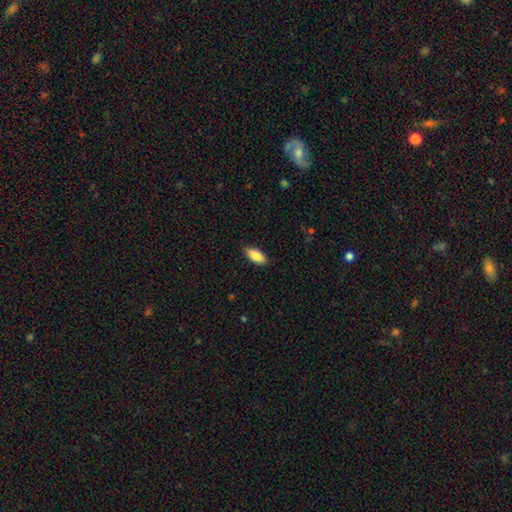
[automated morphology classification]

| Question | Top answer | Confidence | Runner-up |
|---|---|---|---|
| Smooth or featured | smooth | 86% | featured or disk (8%) |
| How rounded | in between | 89% | cigar-shaped (9%) |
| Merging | none | 88% | minor disturbance (9%) |